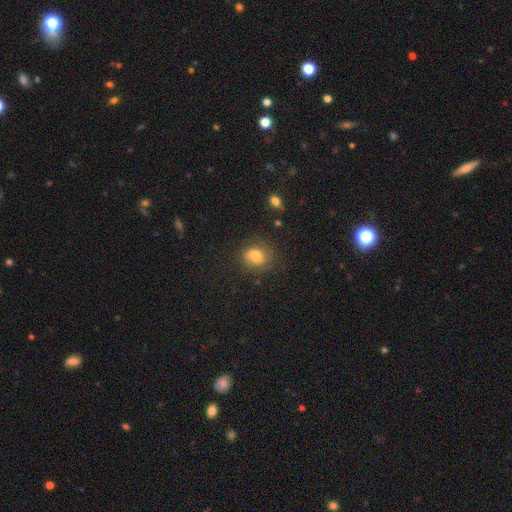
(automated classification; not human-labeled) Q: Smooth or featured?
A: smooth (74%); runner-up: featured or disk (14%)
Q: How rounded?
A: in between (51%); runner-up: round (48%)
Q: Merging?
A: none (54%); runner-up: minor disturbance (23%)